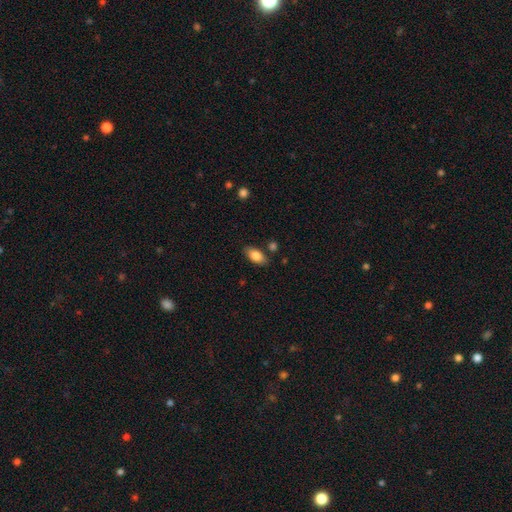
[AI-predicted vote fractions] A smooth galaxy with no disk features (83%) that is in between round and cigar-shaped (92%). Merging: none (81%).